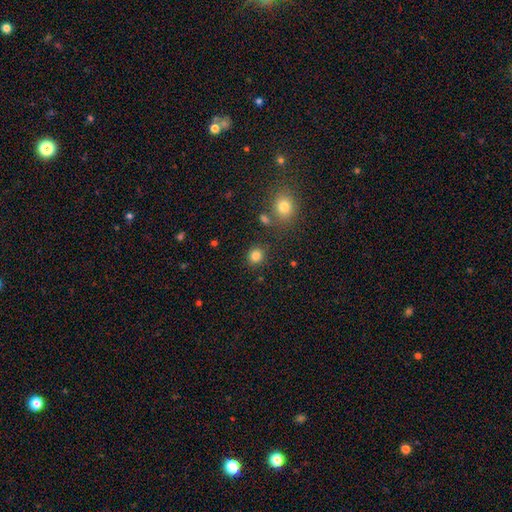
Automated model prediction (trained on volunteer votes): Morphology: type=smooth (83%); roundness=round (83%); merging=none (85%).